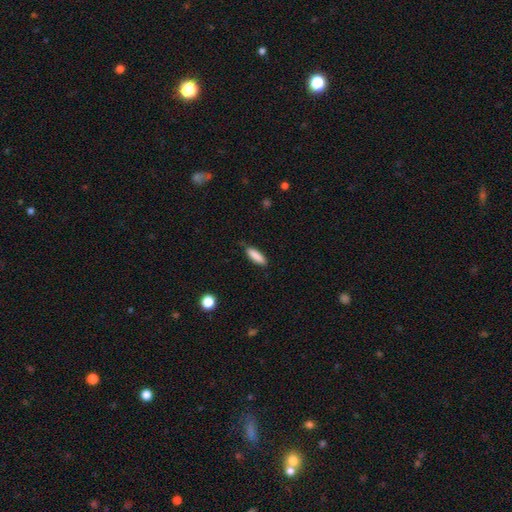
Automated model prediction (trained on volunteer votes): smooth_or_featured: smooth (p=0.87) [alt: featured or disk p=0.06]
how_rounded: cigar-shaped (p=0.50) [alt: in between p=0.48]
merging: none (p=0.80) [alt: minor disturbance p=0.16]